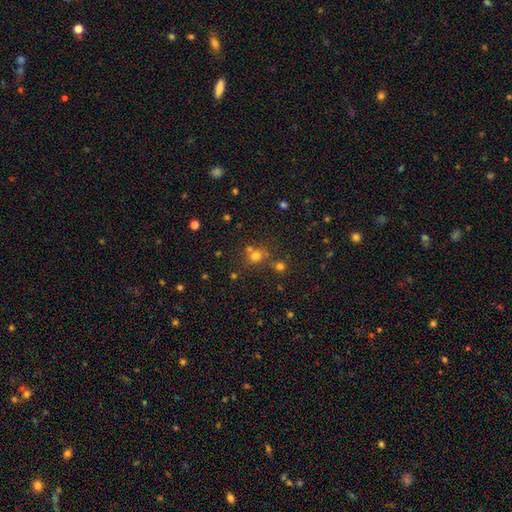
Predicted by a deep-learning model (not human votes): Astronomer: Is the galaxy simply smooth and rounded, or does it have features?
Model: smooth — 67%.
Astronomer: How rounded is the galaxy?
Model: round — 80%.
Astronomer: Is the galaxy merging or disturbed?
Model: none — 62%.